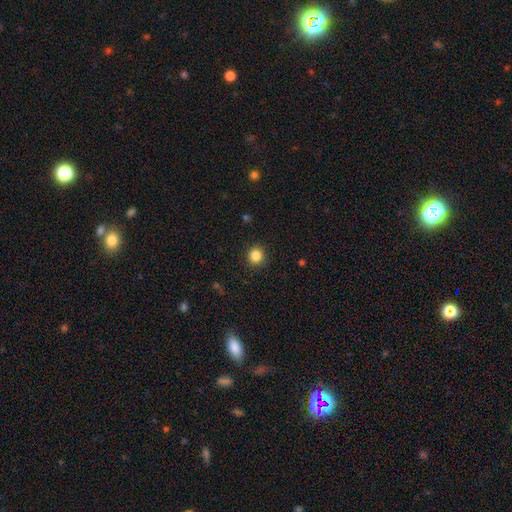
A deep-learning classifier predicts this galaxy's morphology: Overall: smooth (84%). How rounded: round (91%). Merging: none (92%).